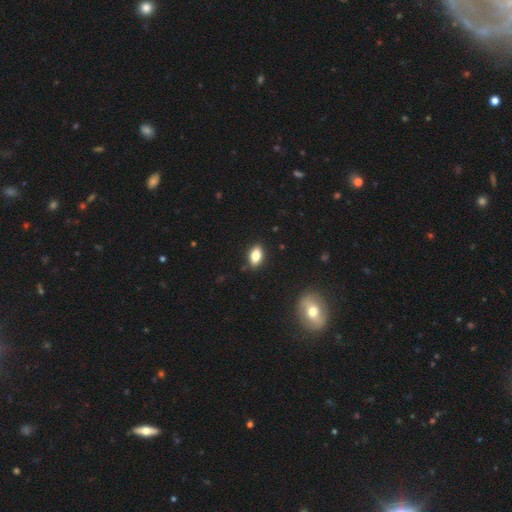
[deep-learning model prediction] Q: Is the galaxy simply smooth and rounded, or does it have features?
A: smooth — 78%.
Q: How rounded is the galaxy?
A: in between — 87%.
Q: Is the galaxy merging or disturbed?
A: none — 86%.